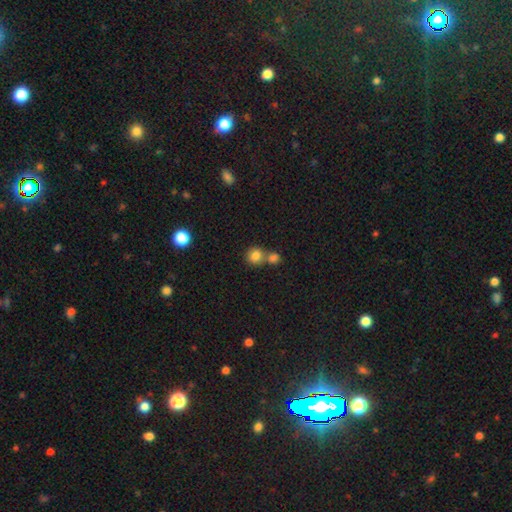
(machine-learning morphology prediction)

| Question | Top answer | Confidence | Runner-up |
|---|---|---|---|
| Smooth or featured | smooth | 81% | star or artifact (11%) |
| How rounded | round | 84% | in between (15%) |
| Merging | none | 50% | merger (41%) |